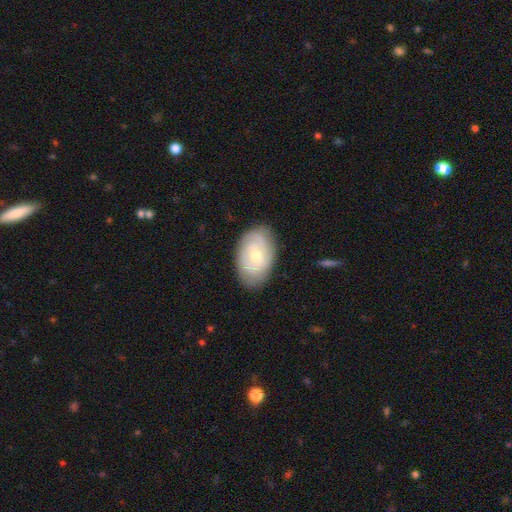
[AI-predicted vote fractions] Overall: featured or disk (57%; smooth 37%). Edge-on disk: no (94%). Bar: no (51%; weak 40%). Spiral arms: yes (66%; no 34%). Bulge size: moderate (54%; small 42%). Merging: none (77%).